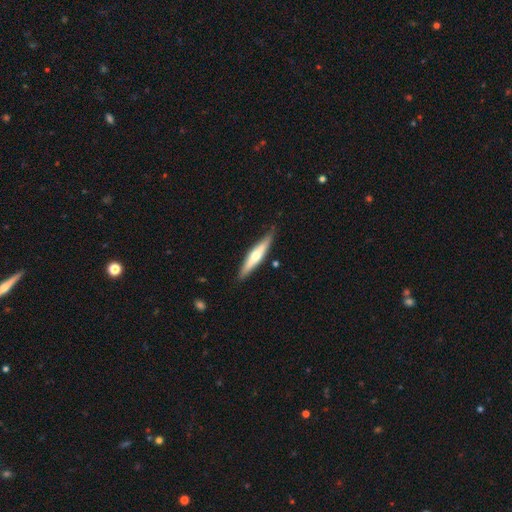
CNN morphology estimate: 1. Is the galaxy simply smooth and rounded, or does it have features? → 54% featured or disk, 41% smooth, 5% star or artifact.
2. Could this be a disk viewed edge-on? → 93% yes, 7% no.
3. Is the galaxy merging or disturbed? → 86% none, 10% minor disturbance, 2% major disturbance, 2% merger.